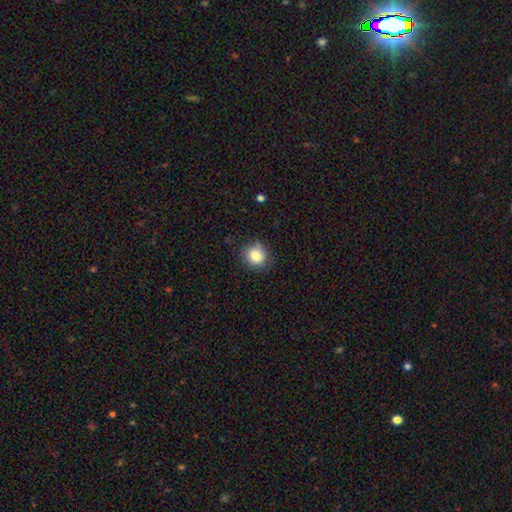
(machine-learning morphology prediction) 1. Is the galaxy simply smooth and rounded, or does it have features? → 83% smooth, 10% star or artifact, 6% featured or disk.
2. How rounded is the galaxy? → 82% round, 17% in between, 1% cigar-shaped.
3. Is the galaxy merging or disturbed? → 81% none, 14% minor disturbance, 3% major disturbance, 2% merger.